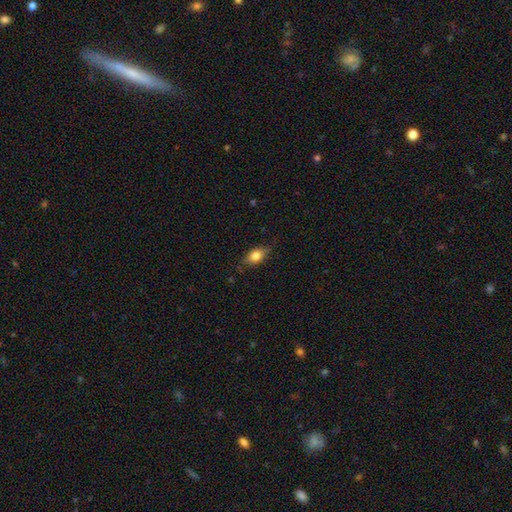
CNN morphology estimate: A smooth galaxy with no disk features (76%) that is in between round and cigar-shaped (80%).

Vote fractions:
- Smooth or featured? smooth: 76% / featured or disk: 16% / star or artifact: 8%
- How rounded? in between: 80% / round: 13% / cigar-shaped: 7%
- Merging? none: 74% / minor disturbance: 20% / major disturbance: 4% / merger: 1%